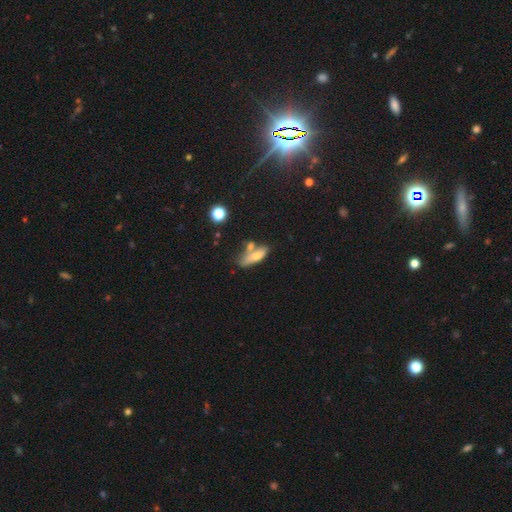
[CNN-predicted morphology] smooth 64%, featured or disk 27%, star or artifact 9%. Down the decision tree: how rounded — in between (52%); merging — none (45%).